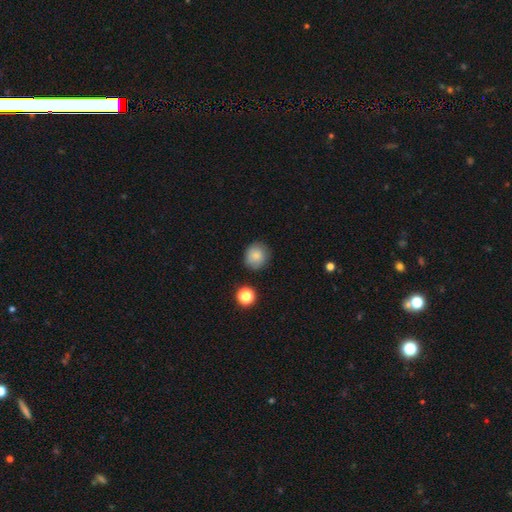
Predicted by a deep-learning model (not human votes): smooth 83%, star or artifact 9%, featured or disk 7%. Down the decision tree: how rounded — round (85%); merging — none (82%).